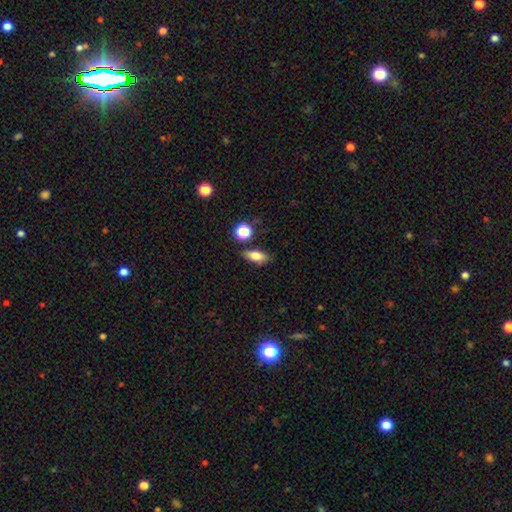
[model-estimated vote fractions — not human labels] smooth 77%, featured or disk 13%, star or artifact 10%. Down the decision tree: how rounded — in between (75%); merging — none (77%).